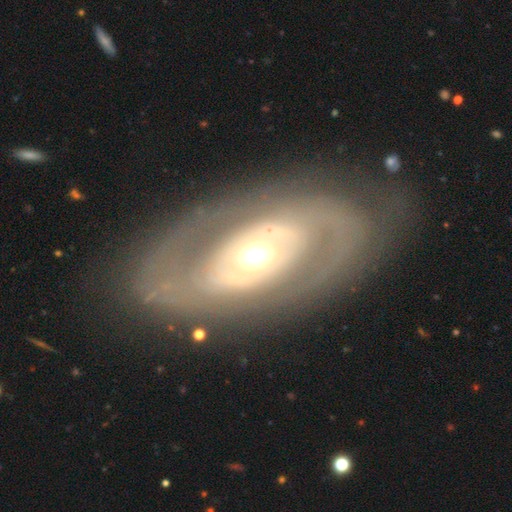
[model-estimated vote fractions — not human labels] Smooth or featured? Predicted: featured or disk (p=0.77). Edge-on disk? Predicted: no (p=0.92). Bar? Predicted: no (p=0.76). Spiral arms? Predicted: no (p=0.54). Bulge size? Predicted: moderate (p=0.66). Merging? Predicted: none (p=0.78).